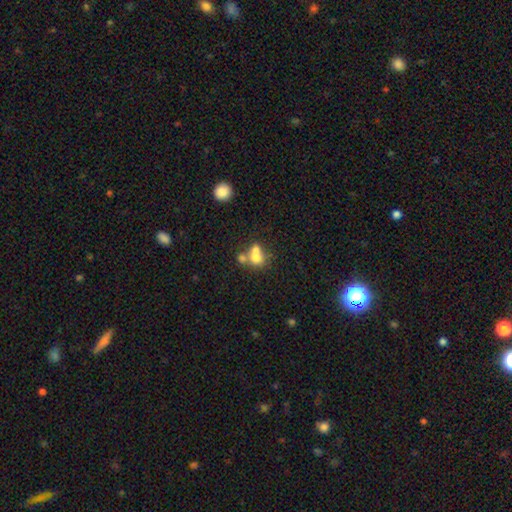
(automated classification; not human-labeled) Smooth or featured: smooth — 66% (featured or disk — 21%)
How rounded: round — 63% (in between — 36%)
Merging: merger — 60% (none — 28%)